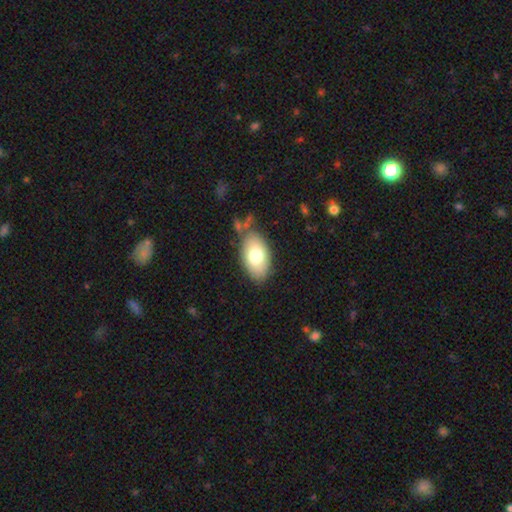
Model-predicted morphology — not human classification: Smooth or featured: smooth — 77% (featured or disk — 16%)
How rounded: in between — 93% (round — 5%)
Merging: none — 76% (minor disturbance — 15%)